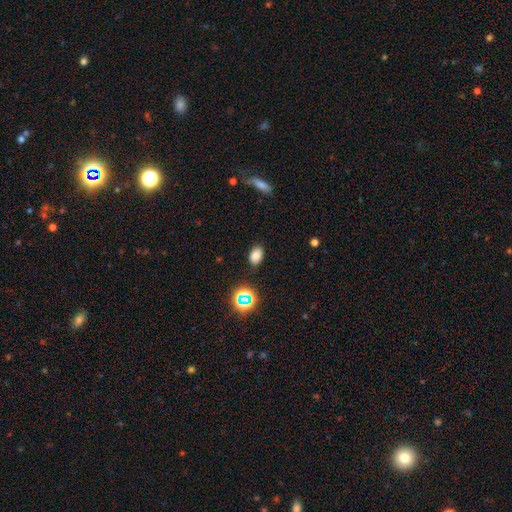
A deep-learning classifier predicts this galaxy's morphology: smooth 78%, star or artifact 16%, featured or disk 6%. Down the decision tree: how rounded — in between (84%); merging — none (86%).